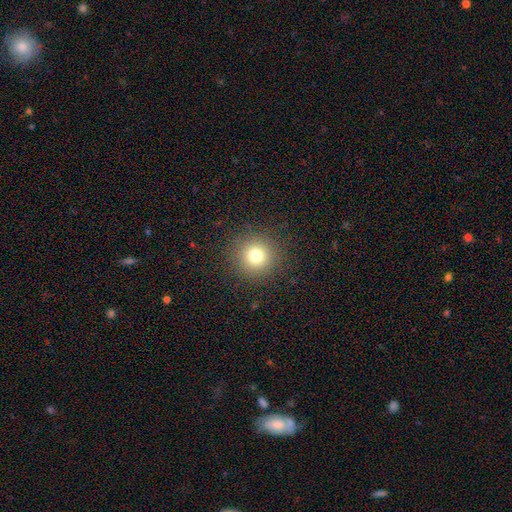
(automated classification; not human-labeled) Overall: smooth (76%). How rounded: round (95%). Merging: none (90%).